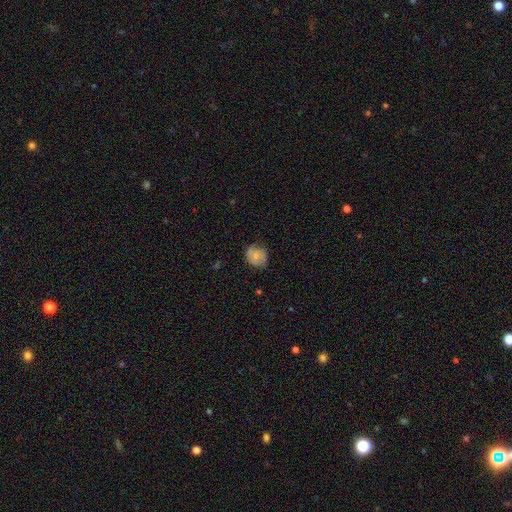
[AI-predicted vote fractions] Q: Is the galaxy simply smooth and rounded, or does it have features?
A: smooth — 64%.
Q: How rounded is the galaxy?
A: round — 73%.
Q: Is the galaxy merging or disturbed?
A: none — 65%.